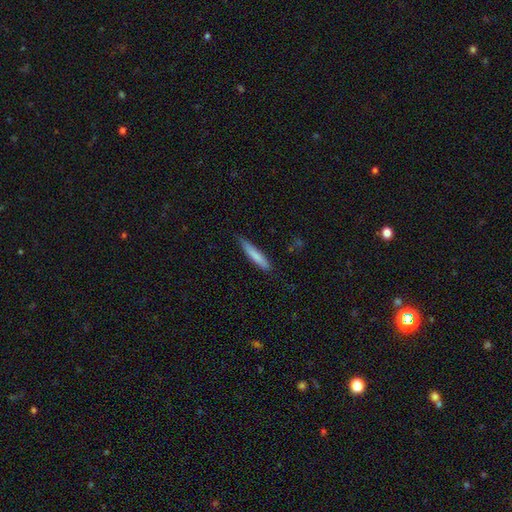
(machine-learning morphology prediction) Overall: smooth (77%). How rounded: cigar-shaped (90%). Merging: none (76%).